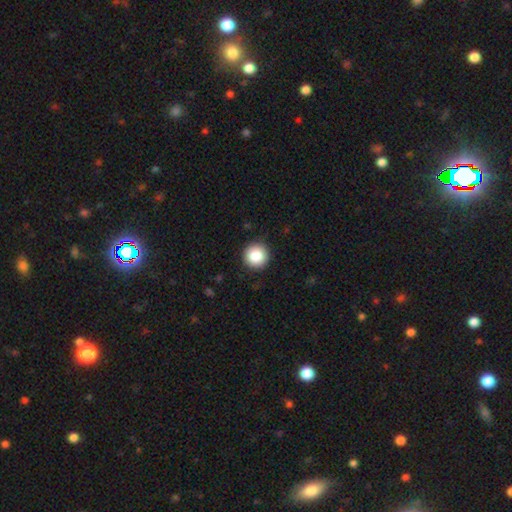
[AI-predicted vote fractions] A smooth galaxy with no disk features (87%) that is round (96%).

Vote fractions:
- Smooth or featured? smooth: 87% / star or artifact: 9% / featured or disk: 5%
- How rounded? round: 96% / in between: 3% / cigar-shaped: 1%
- Merging? none: 91% / minor disturbance: 6% / major disturbance: 2% / merger: 1%